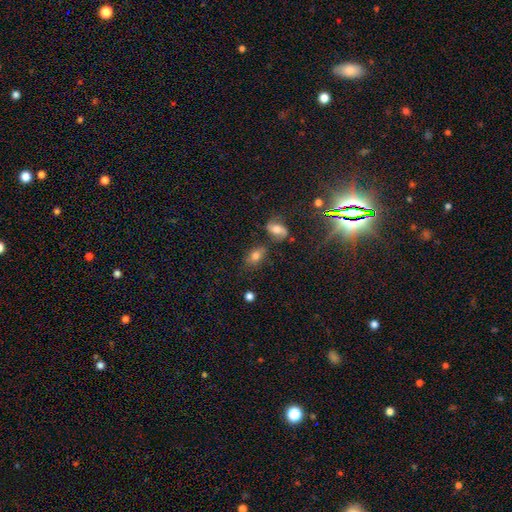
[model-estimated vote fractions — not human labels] Overall: smooth (72%). How rounded: in between (81%). Merging: none (69%).